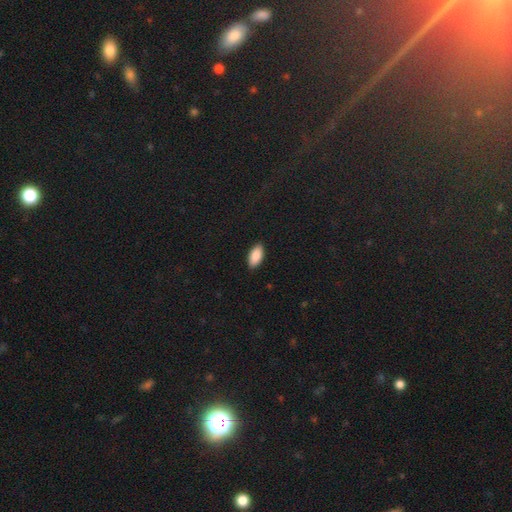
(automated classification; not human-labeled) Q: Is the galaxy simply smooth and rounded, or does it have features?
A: smooth — 90%.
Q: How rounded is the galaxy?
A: in between — 93%.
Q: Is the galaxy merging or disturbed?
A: none — 89%.